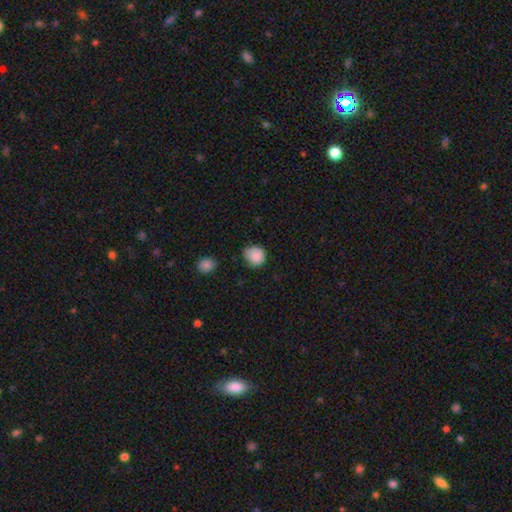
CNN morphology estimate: Smooth or featured?
  - smooth: 86% *
  - star or artifact: 9%
  - featured or disk: 5%
How rounded?
  - round: 86% *
  - in between: 13%
  - cigar-shaped: 1%
Merging?
  - none: 64% *
  - minor disturbance: 29%
  - major disturbance: 5%
  - merger: 2%